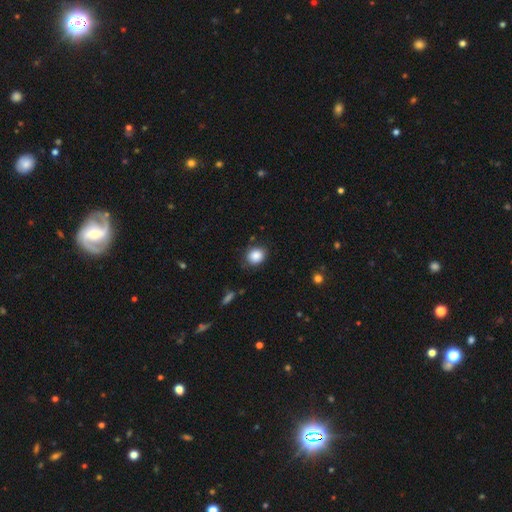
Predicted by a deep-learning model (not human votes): smooth 87%, star or artifact 9%, featured or disk 4%. Down the decision tree: how rounded — round (68%); merging — none (81%).